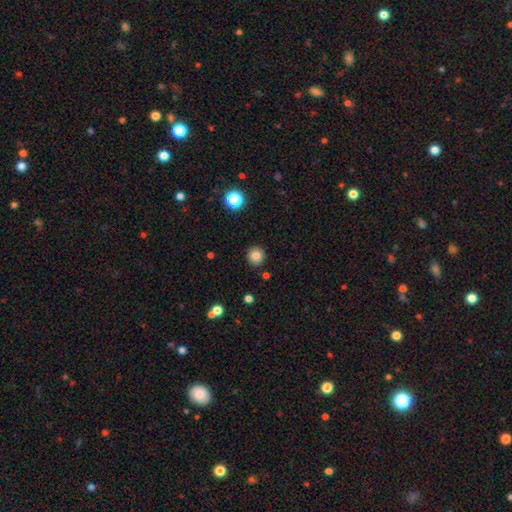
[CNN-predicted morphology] This is clearly a smooth galaxy (83%). How rounded: clearly round (93%). Merging: clearly none (91%).